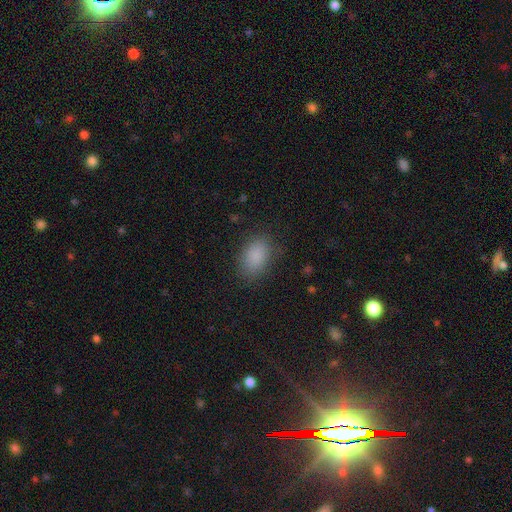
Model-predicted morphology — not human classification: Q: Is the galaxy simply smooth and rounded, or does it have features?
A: smooth — 87%.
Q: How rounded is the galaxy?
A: in between — 85%.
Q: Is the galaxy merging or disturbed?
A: none — 82%.